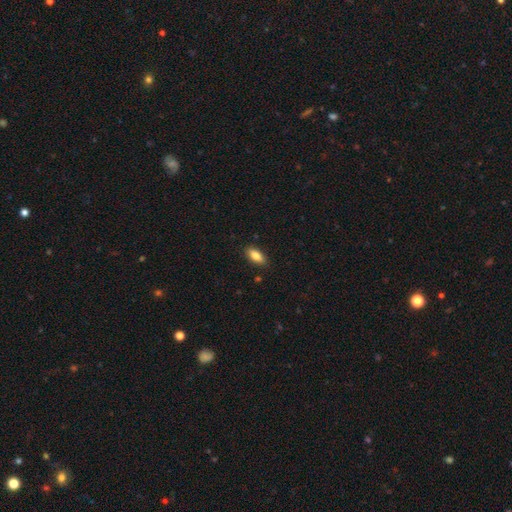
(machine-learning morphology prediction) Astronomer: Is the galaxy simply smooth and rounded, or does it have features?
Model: smooth — 85%.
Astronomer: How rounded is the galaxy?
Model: in between — 87%.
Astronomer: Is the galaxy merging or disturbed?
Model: none — 86%.